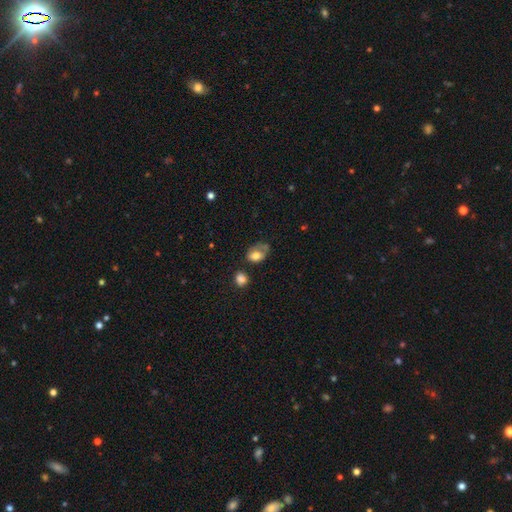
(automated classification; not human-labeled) This appears to be a smooth galaxy with no disk features (72%) that is in between round and cigar-shaped (73%). Merging: minor disturbance (33%).